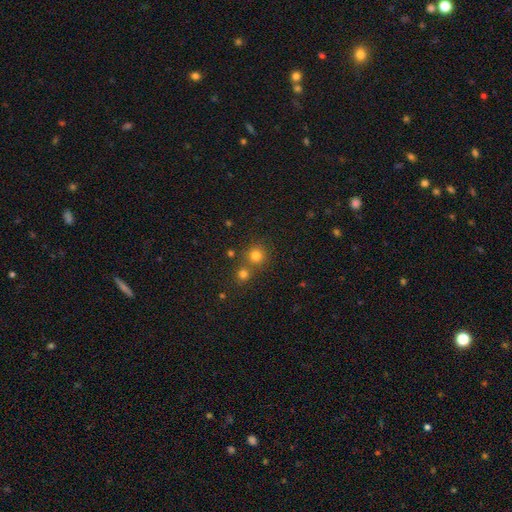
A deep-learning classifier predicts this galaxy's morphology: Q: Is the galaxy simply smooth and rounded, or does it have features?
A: smooth — 78%.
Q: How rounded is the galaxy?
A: round — 91%.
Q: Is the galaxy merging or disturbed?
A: none — 66%.